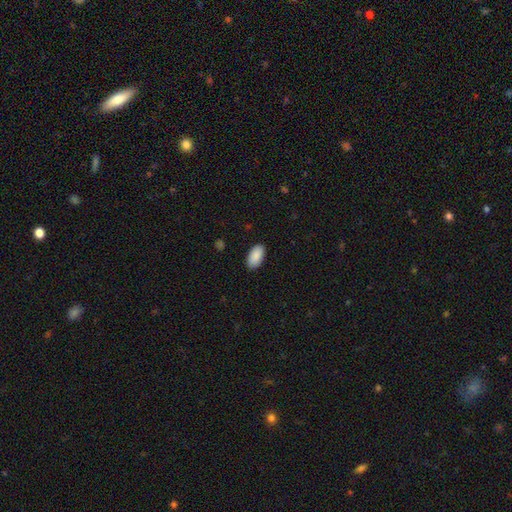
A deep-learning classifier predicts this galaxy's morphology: Smooth or featured? Predicted: smooth (p=0.91). How rounded? Predicted: in between (p=0.96). Merging? Predicted: none (p=0.89).